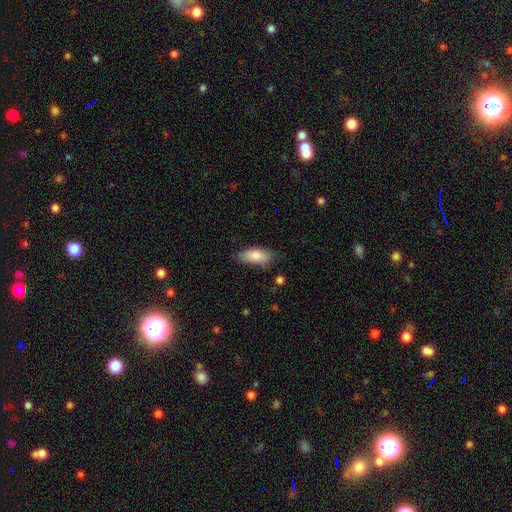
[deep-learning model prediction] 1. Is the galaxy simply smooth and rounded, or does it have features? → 85% smooth, 9% featured or disk, 6% star or artifact.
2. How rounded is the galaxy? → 83% in between, 14% cigar-shaped, 2% round.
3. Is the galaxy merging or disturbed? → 74% none, 20% minor disturbance, 4% major disturbance, 2% merger.